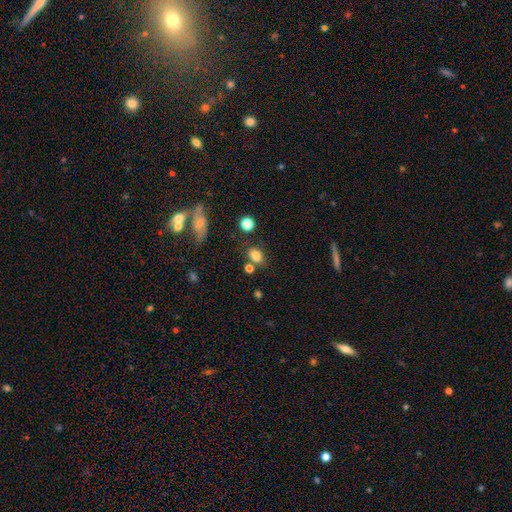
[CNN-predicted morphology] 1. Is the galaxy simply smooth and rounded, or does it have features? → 79% smooth, 13% star or artifact, 8% featured or disk.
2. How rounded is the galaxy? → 70% in between, 28% round, 2% cigar-shaped.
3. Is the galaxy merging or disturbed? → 60% none, 17% minor disturbance, 16% merger, 7% major disturbance.